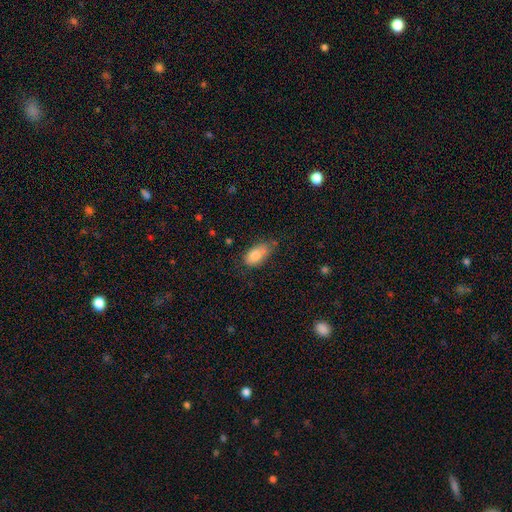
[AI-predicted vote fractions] A smooth galaxy with no disk features (81%) that is in between round and cigar-shaped (91%). Merging: none (54%).